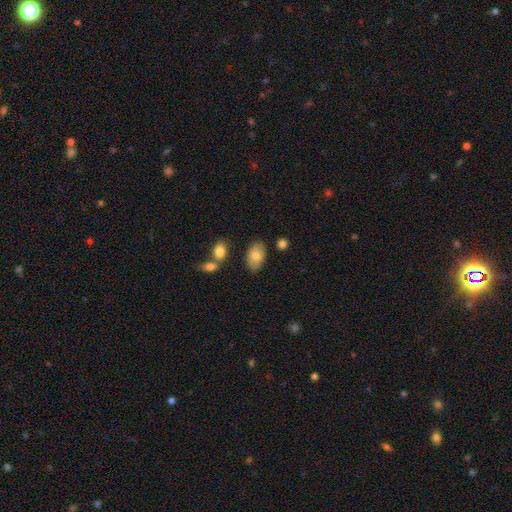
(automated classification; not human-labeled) Morphology: type=smooth (81%); roundness=in between (93%); merging=none (79%).